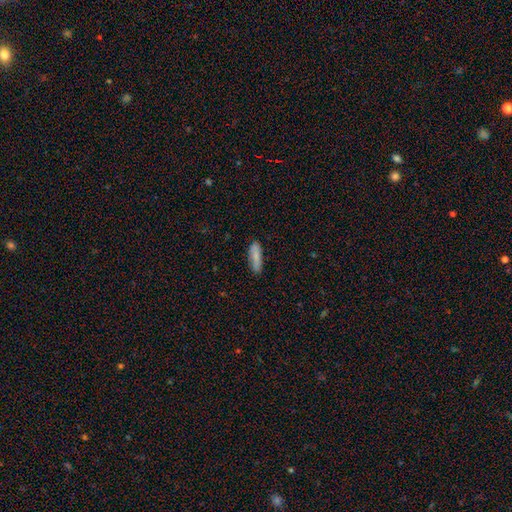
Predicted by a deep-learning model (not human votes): This appears to be a smooth galaxy with no disk features (84%) that is cigar-shaped (55%). Merging: none (85%).